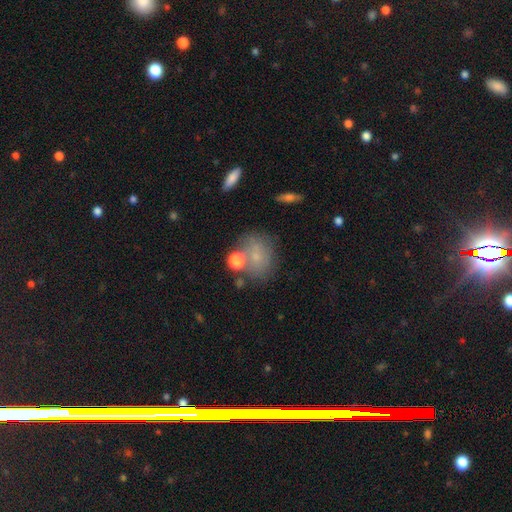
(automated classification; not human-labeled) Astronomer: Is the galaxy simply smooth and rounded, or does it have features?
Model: smooth — 67%.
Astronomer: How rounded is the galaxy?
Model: round — 60% (runner-up: in between, 38%).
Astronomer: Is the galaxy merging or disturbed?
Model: none — 60%.